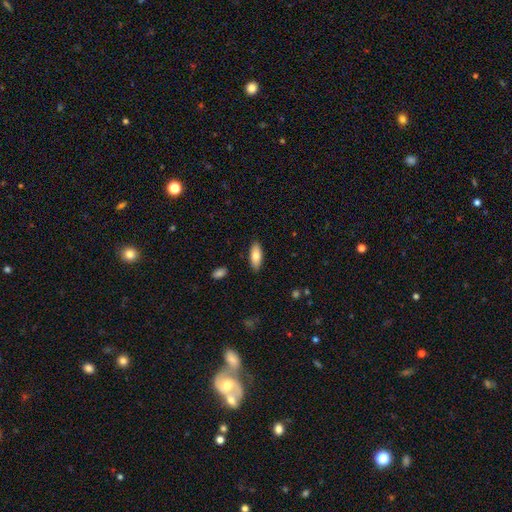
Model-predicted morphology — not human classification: Overall: smooth (78%). How rounded: in between (76%). Merging: none (88%).